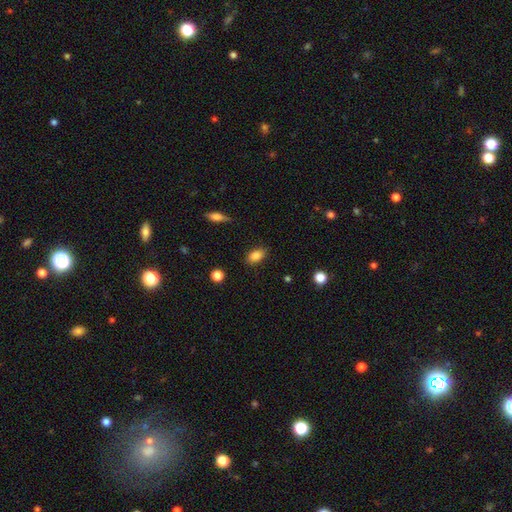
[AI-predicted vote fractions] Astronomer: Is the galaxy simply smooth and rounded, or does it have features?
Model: smooth — 85%.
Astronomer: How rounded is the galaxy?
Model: in between — 85%.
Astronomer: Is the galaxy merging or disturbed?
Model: none — 85%.